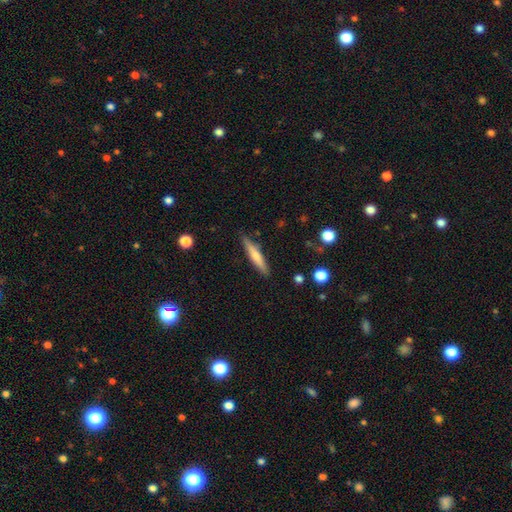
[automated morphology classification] smooth-or-featured: smooth: 61% | featured or disk: 33% | star or artifact: 6%
  how-rounded: cigar-shaped: 91% | in between: 8% | round: 1%
  merging: none: 87% | minor disturbance: 10% | major disturbance: 2% | merger: 2%